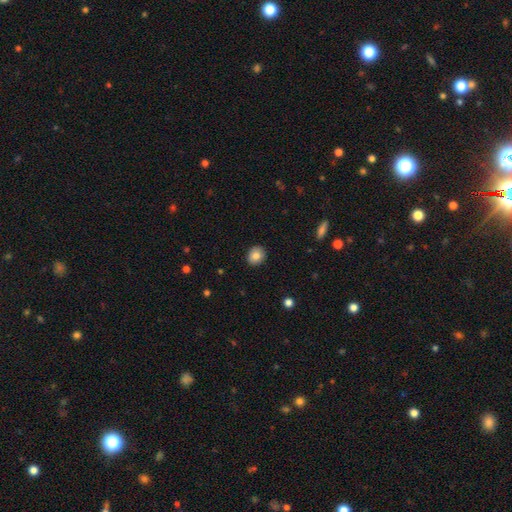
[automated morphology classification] smooth-or-featured: smooth: 83% | star or artifact: 9% | featured or disk: 8%
  how-rounded: round: 68% | in between: 31% | cigar-shaped: 1%
  merging: none: 90% | minor disturbance: 7% | major disturbance: 2% | merger: 1%